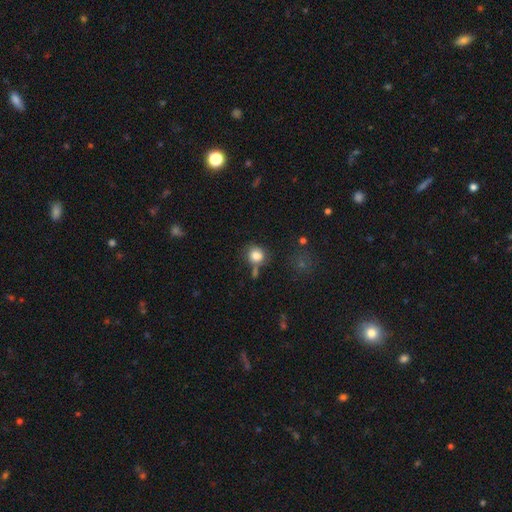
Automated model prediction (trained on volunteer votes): This is clearly a smooth galaxy (82%). How rounded: likely round (75%). Merging: likely none (61%).